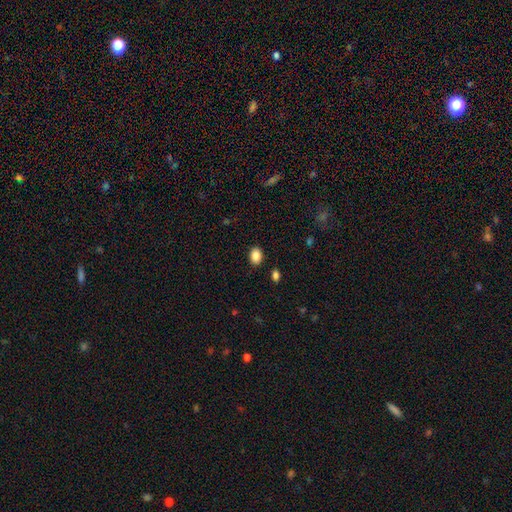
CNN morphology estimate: Smooth or featured?
  - smooth: 87% *
  - star or artifact: 9%
  - featured or disk: 4%
How rounded?
  - in between: 72% *
  - round: 26%
  - cigar-shaped: 1%
Merging?
  - none: 88% *
  - minor disturbance: 8%
  - major disturbance: 2%
  - merger: 2%